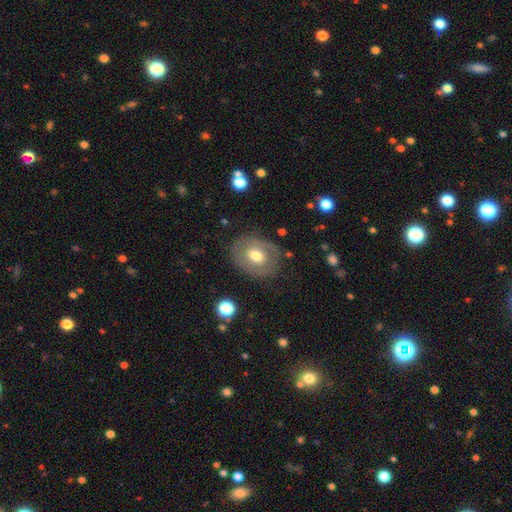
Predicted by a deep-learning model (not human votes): smooth-or-featured: smooth: 52% | featured or disk: 40% | star or artifact: 8%
  how-rounded: in between: 59% | round: 40% | cigar-shaped: 1%
  merging: none: 77% | minor disturbance: 15% | major disturbance: 7% | merger: 2%